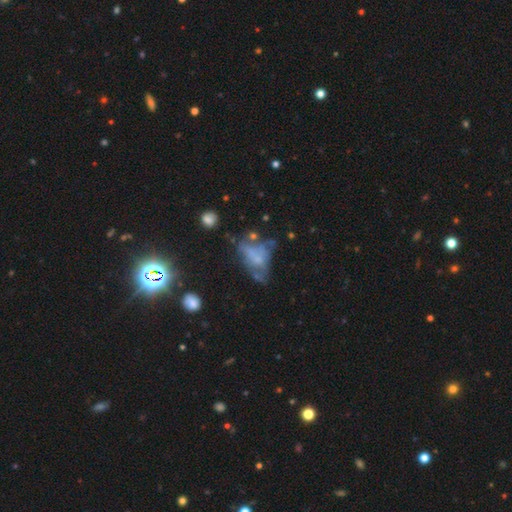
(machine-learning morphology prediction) This is marginally a featured or disk galaxy (45%). Merging: marginally major disturbance (31%).